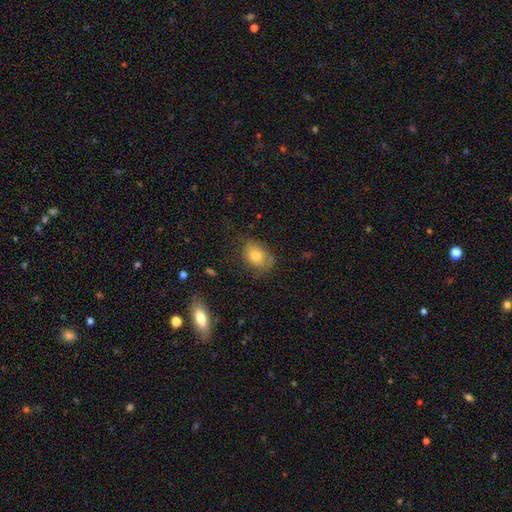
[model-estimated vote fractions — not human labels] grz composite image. It shows a smooth galaxy with no disk features (78%) that is in between round and cigar-shaped (70%). Merging: none (67%).